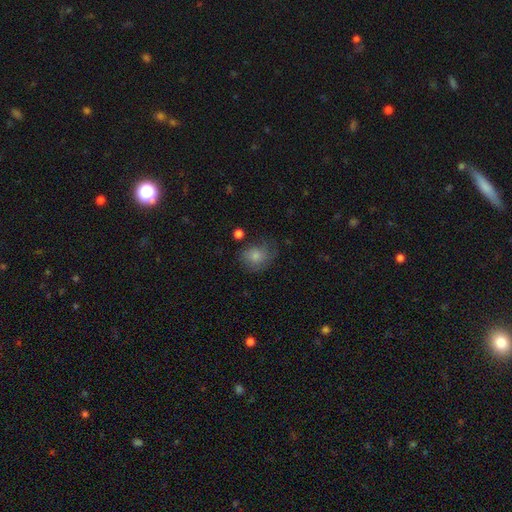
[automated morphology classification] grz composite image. It shows a smooth galaxy with no disk features (73%) that is round (58%). Merging: none (48%).